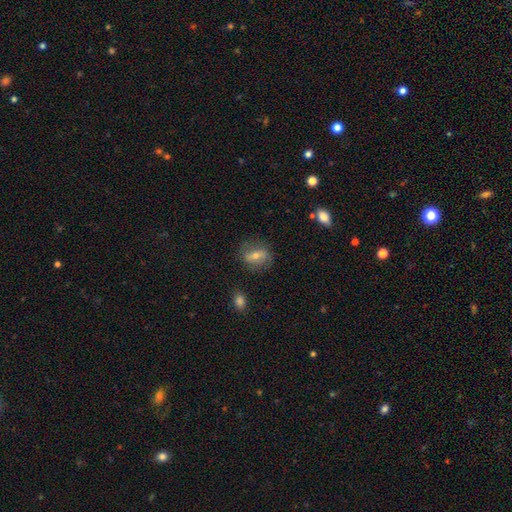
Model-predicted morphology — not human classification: Smooth or featured?
  - featured or disk: 44% * (tied)
  - smooth: 44% * (tied)
  - star or artifact: 12%
Merging?
  - none: 76% *
  - minor disturbance: 16%
  - major disturbance: 6%
  - merger: 2%